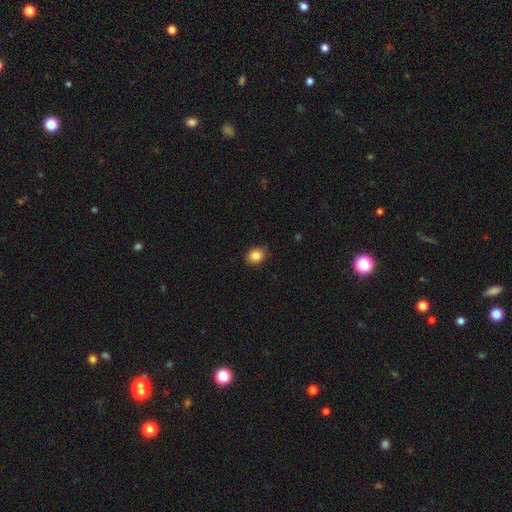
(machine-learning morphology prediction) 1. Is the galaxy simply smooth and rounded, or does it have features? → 85% smooth, 10% star or artifact, 5% featured or disk.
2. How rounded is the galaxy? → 59% round, 40% in between, 1% cigar-shaped.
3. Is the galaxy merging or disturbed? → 86% none, 11% minor disturbance, 2% major disturbance, 1% merger.